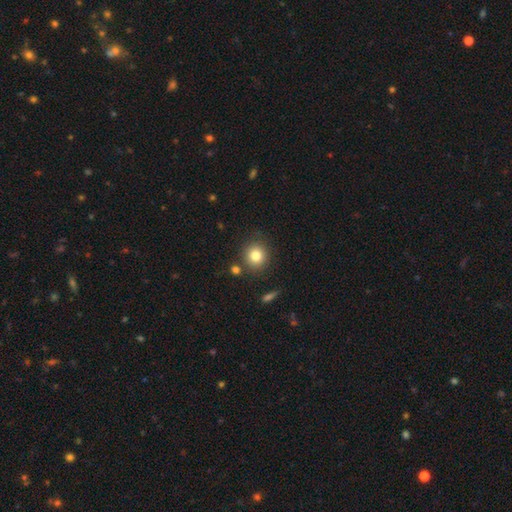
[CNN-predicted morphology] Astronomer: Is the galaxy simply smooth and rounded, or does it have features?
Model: smooth — 81%.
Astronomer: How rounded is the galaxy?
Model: round — 89%.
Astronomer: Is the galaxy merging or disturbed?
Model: none — 83%.